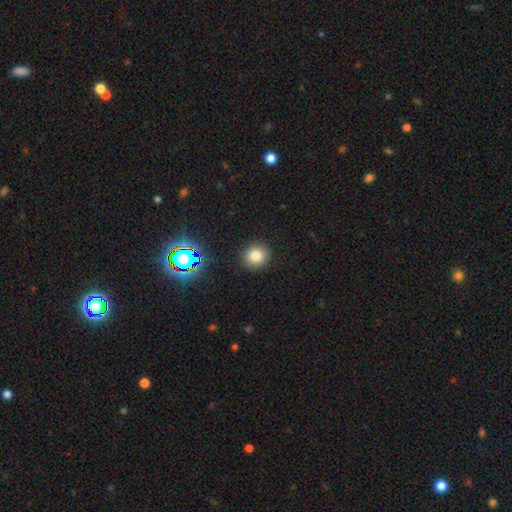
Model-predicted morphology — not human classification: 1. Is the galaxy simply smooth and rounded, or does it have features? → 80% smooth, 14% star or artifact, 6% featured or disk.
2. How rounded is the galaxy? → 88% round, 11% in between, 1% cigar-shaped.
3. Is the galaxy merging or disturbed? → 90% none, 6% minor disturbance, 2% major disturbance, 1% merger.